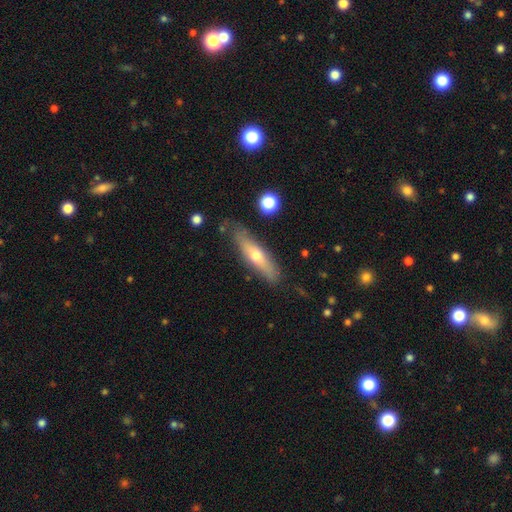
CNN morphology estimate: This appears to be a smooth galaxy with no disk features (48%). Merging: none (78%).